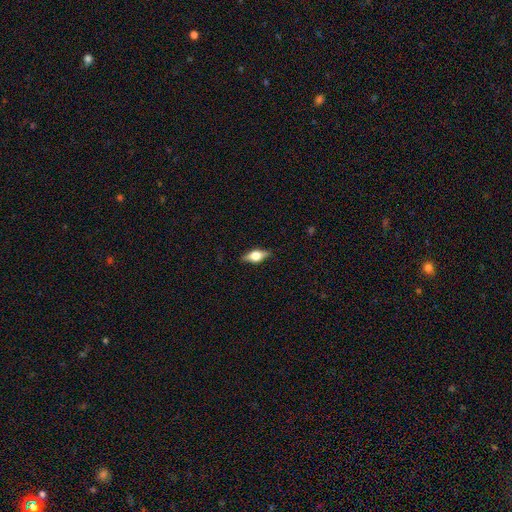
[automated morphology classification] type=featured or disk (51%); edge-on=yes (93%); merging=none (85%).